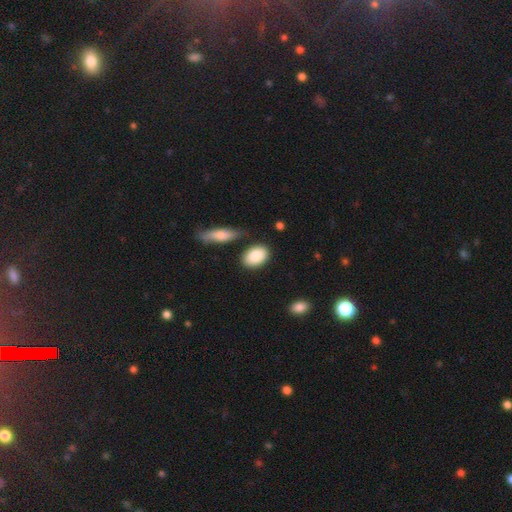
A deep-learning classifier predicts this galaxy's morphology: A smooth galaxy with no disk features (87%) that is in between round and cigar-shaped (85%).

Vote fractions:
- Smooth or featured? smooth: 87% / featured or disk: 7% / star or artifact: 6%
- How rounded? in between: 85% / round: 12% / cigar-shaped: 2%
- Merging? none: 76% / minor disturbance: 14% / merger: 7% / major disturbance: 3%